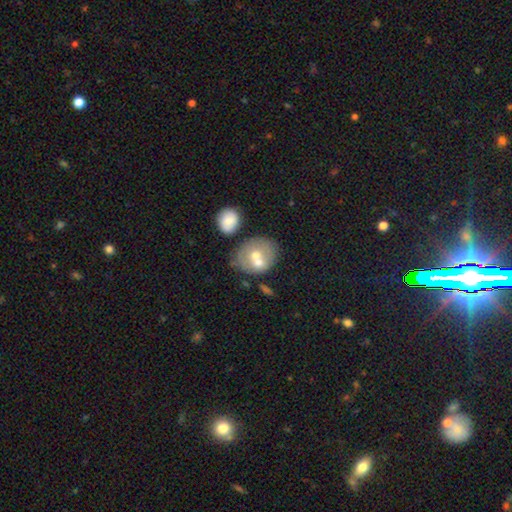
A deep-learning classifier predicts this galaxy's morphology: This appears to be a smooth galaxy with no disk features (58%) that is round (55%). Merging: merger (46%).